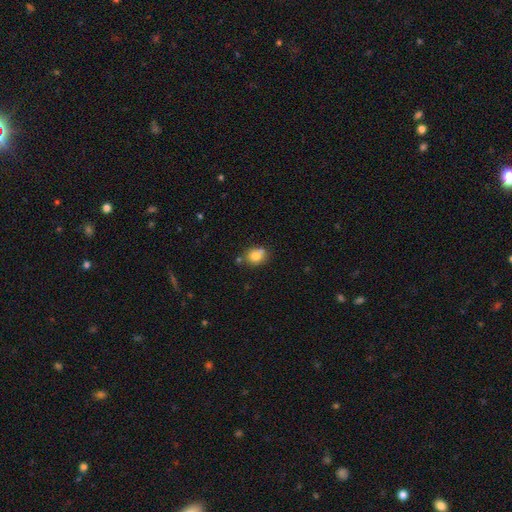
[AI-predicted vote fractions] A smooth galaxy with no disk features (79%) that is round (63%). Merging: none (60%).